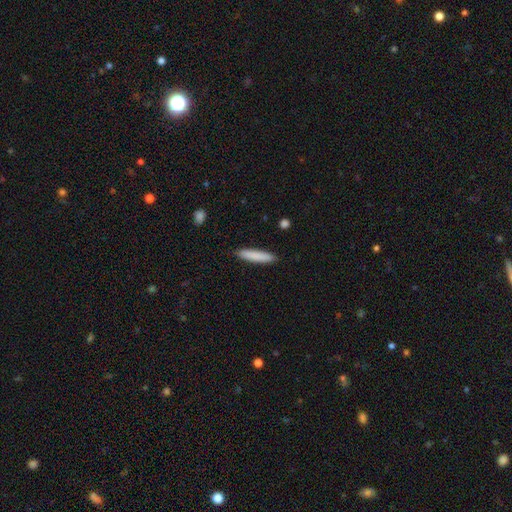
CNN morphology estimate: The model was most divided on "smooth or featured": smooth: 85%, featured or disk: 10%, star or artifact: 6%. More confident: merging — none (89%); how rounded — cigar-shaped (89%).